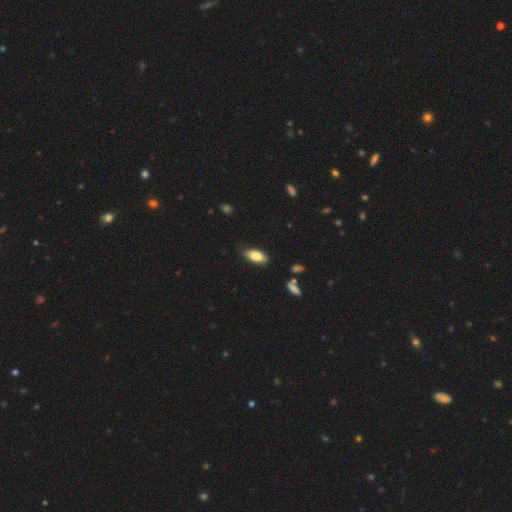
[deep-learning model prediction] The model was most divided on "merging": none: 81%, minor disturbance: 15%, major disturbance: 2%, merger: 2%. More confident: how rounded — in between (85%); smooth or featured — smooth (82%).